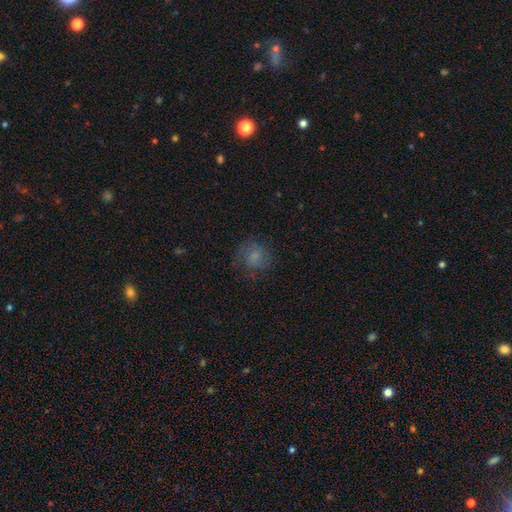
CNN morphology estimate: Smooth or featured? Predicted: smooth (p=0.65). How rounded? Predicted: round (p=0.83). Merging? Predicted: none (p=0.71).